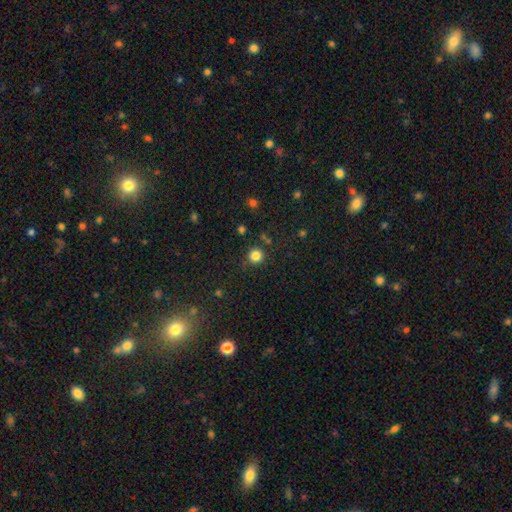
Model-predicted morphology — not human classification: type=smooth (83%); roundness=round (94%); merging=none (87%).